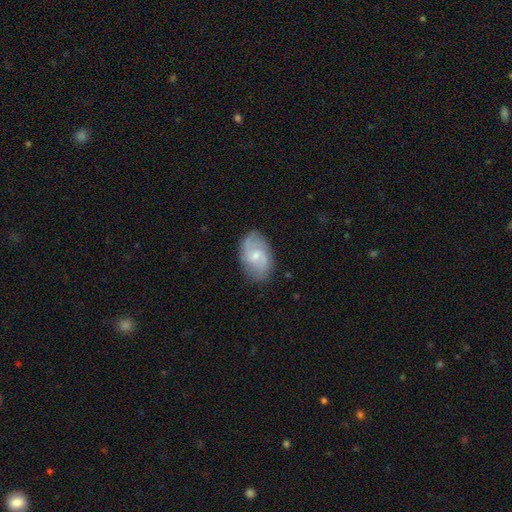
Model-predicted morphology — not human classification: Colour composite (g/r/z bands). It shows a featured or disk galaxy (68%) with a weak bar (47%), 2 (66%) medium (47%) spiral arms (91%) and a small central bulge (60%). Merging: none (78%).